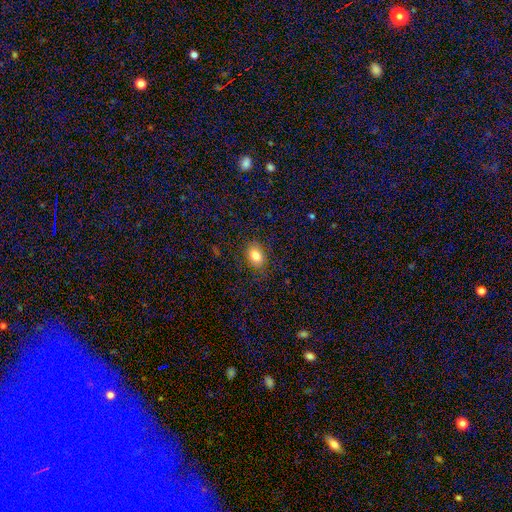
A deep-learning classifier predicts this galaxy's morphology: The model was most divided on "how rounded": in between: 75%, round: 24%, cigar-shaped: 1%. More confident: merging — none (83%); smooth or featured — smooth (82%).